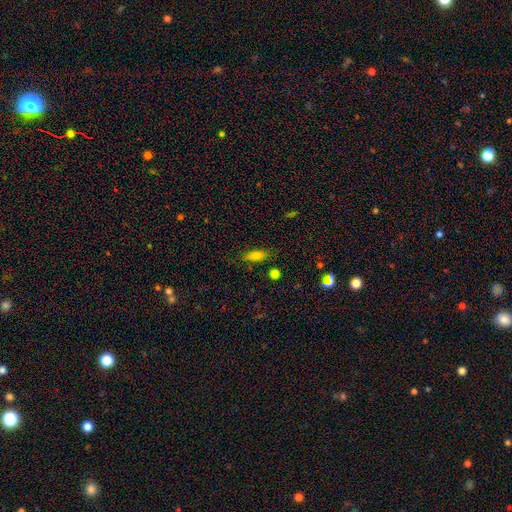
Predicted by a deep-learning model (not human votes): The model was most divided on "how rounded": in between: 66%, cigar-shaped: 30%, round: 4%. More confident: merging — none (78%); smooth or featured — smooth (76%).